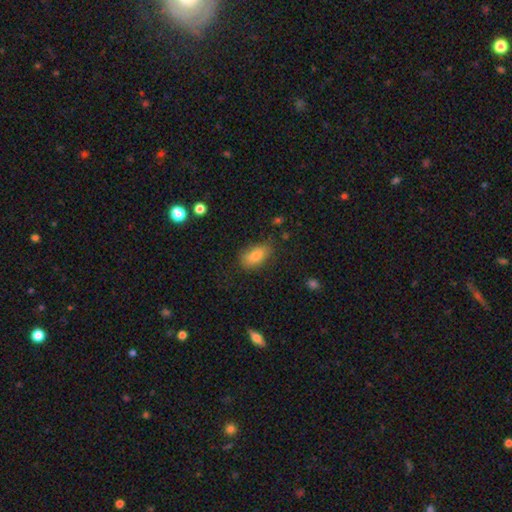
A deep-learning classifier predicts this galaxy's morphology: type=smooth (84%); roundness=in between (89%); merging=none (66%).